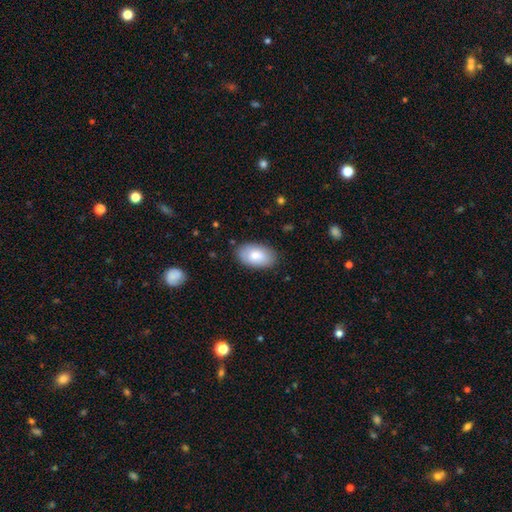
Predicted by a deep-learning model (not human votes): This is clearly a smooth galaxy (80%). How rounded: clearly in between (94%). Merging: clearly none (85%).